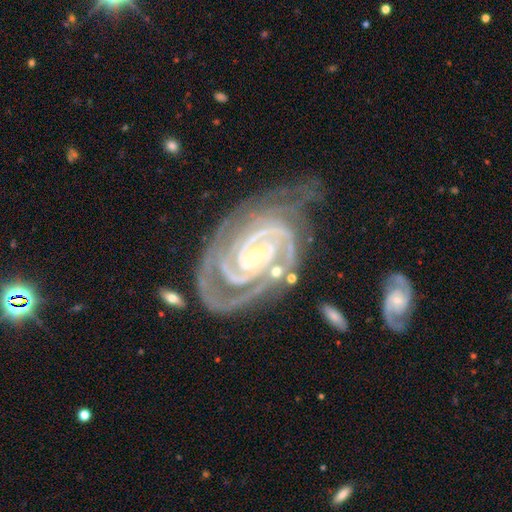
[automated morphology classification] Smooth or featured? Predicted: featured or disk (p=0.93). Edge-on disk? Predicted: no (p=0.97). Bar? Predicted: no (p=0.40). Spiral arms? Predicted: yes (p=0.99). Spiral winding? Predicted: tight (p=0.80). Spiral arm count? Predicted: 2 (p=0.39). Bulge size? Predicted: small (p=0.71). Merging? Predicted: none (p=0.57).